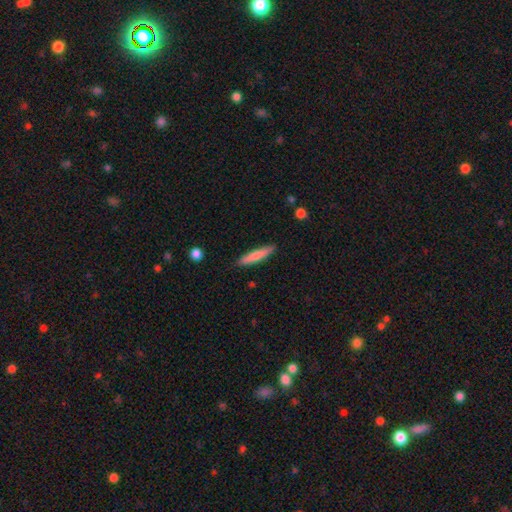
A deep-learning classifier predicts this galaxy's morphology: This appears to be a smooth galaxy with no disk features (74%) that is cigar-shaped (91%). Merging: none (89%).